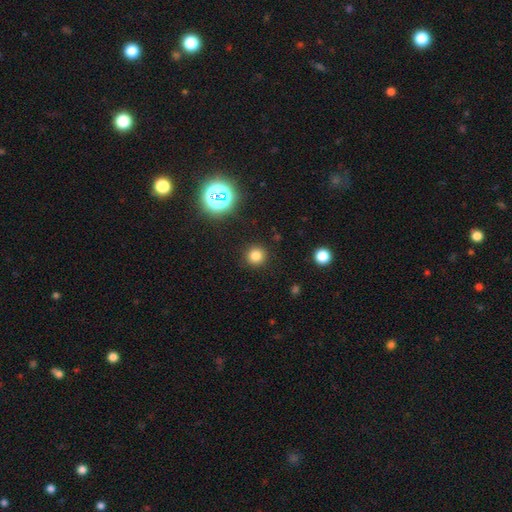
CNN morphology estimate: smooth-or-featured: smooth: 78% | star or artifact: 17% | featured or disk: 5%
  how-rounded: round: 94% | in between: 5% | cigar-shaped: 1%
  merging: none: 91% | minor disturbance: 6% | major disturbance: 2% | merger: 1%